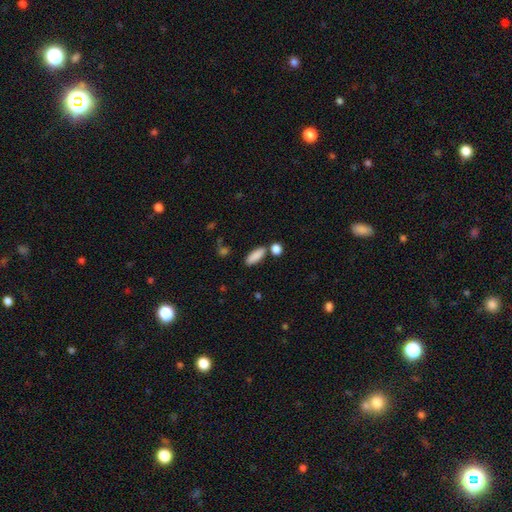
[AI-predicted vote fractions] This appears to be a smooth galaxy with no disk features (87%) that is in between round and cigar-shaped (66%). Merging: none (76%).